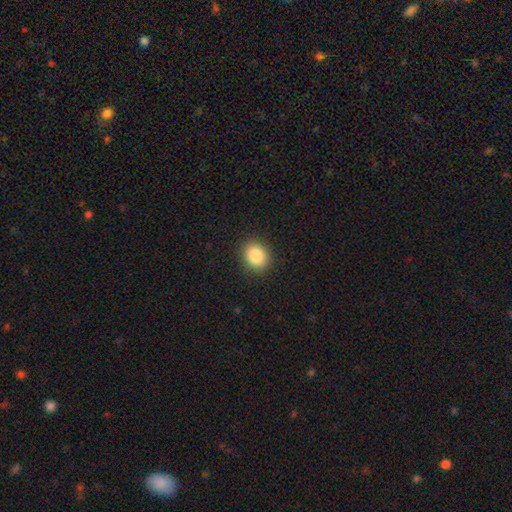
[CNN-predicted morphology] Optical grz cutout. It shows a smooth galaxy with no disk features (87%) that is round (64%). Merging: none (90%).